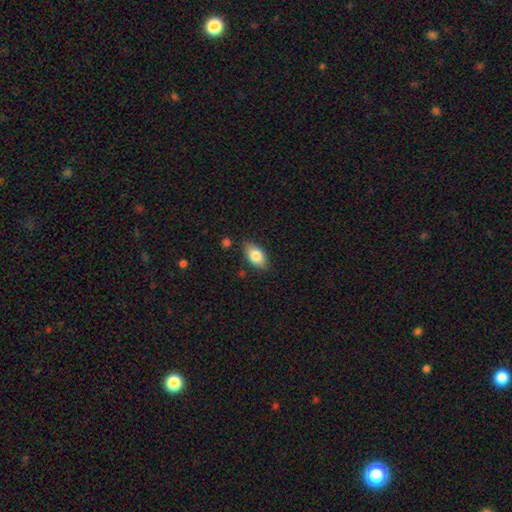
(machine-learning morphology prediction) Smooth or featured: smooth — 81% (featured or disk — 12%)
How rounded: in between — 91% (round — 5%)
Merging: none — 81% (minor disturbance — 14%)